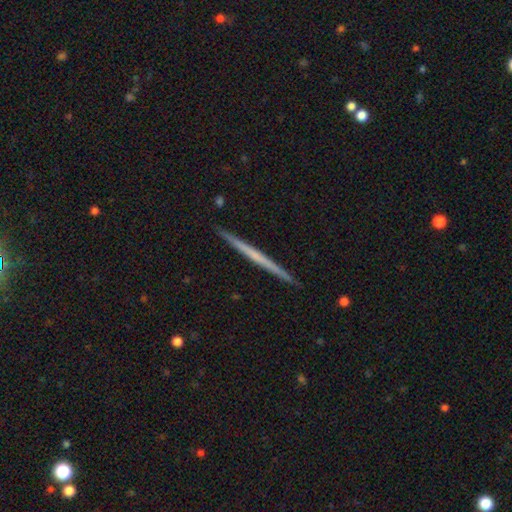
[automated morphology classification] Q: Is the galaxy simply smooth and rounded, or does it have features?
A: featured or disk — 58%.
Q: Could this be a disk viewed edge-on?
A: yes — 98%.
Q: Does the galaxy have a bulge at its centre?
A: none — 87%.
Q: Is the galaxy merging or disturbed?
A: none — 93%.